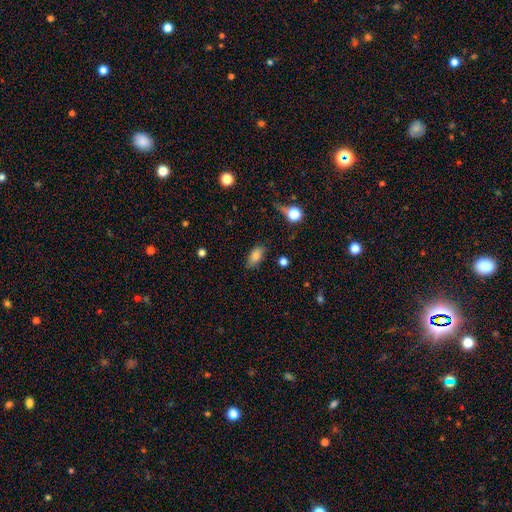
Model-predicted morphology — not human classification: Overall: smooth (79%). How rounded: in between (89%). Merging: none (80%).